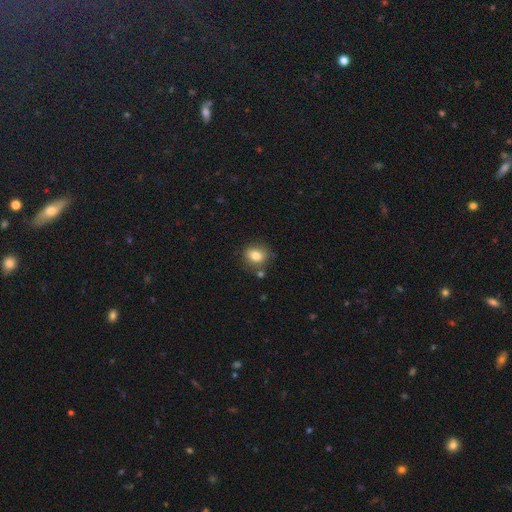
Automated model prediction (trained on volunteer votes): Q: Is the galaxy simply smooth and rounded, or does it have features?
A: smooth — 82%.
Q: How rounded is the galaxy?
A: round — 56%.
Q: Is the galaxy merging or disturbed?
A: none — 78%.